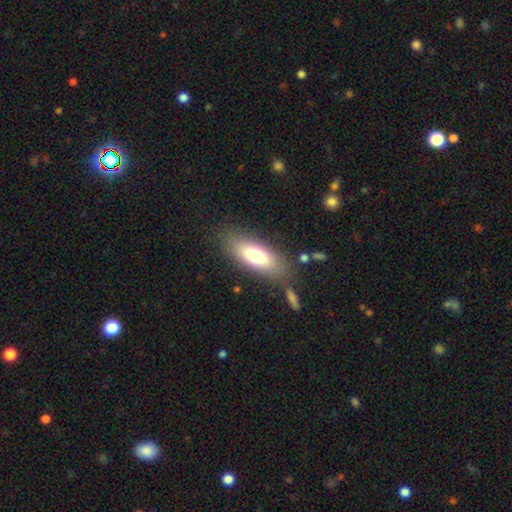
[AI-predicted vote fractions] This appears to be a smooth galaxy with no disk features (72%) that is in between round and cigar-shaped (71%). Merging: none (77%).